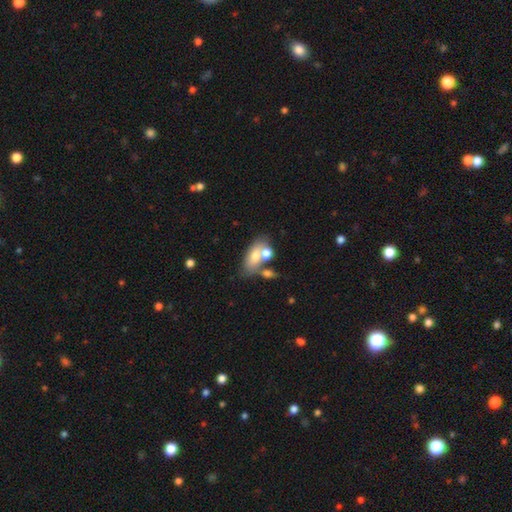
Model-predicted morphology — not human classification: Smooth or featured?
  - smooth: 67% *
  - featured or disk: 25%
  - star or artifact: 9%
How rounded?
  - in between: 85% *
  - round: 9%
  - cigar-shaped: 6%
Merging?
  - none: 42% *
  - merger: 37%
  - minor disturbance: 14%
  - major disturbance: 7%